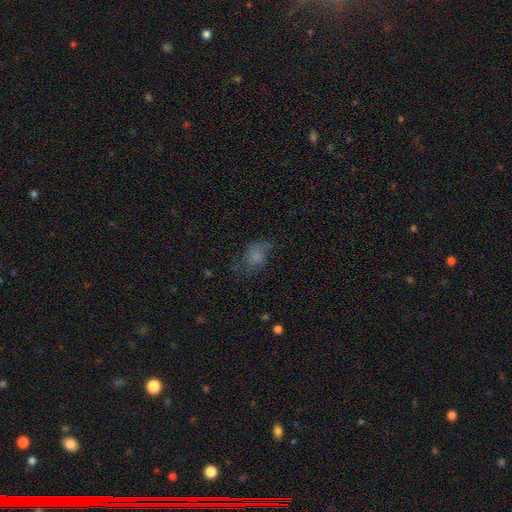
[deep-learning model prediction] Morphology: type=smooth (60%); roundness=in between (72%); merging=none (43%).